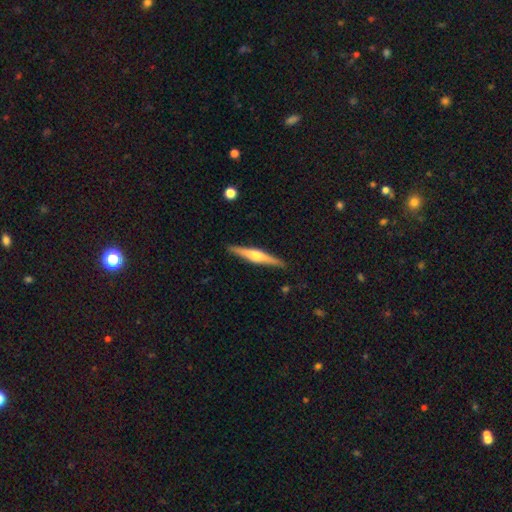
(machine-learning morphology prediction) smooth-or-featured: featured or disk: 70% | smooth: 24% | star or artifact: 5%
  disk-edge-on: yes: 98% | no: 2%
    edge-on-bulge: rounded: 90% | boxy: 5% | none: 5%
  merging: none: 90% | minor disturbance: 7% | major disturbance: 1% | merger: 1%